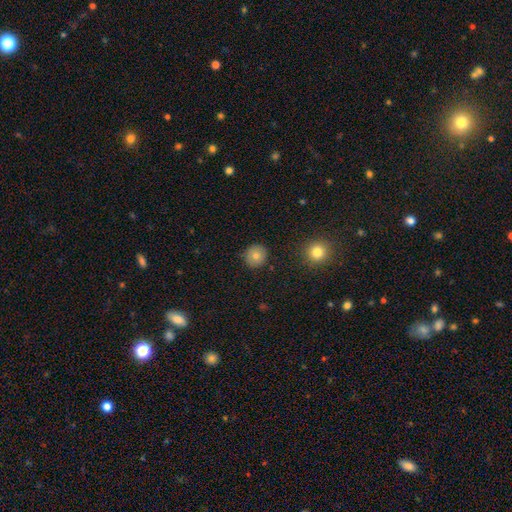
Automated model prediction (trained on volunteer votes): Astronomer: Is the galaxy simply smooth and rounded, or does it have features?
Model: smooth — 80%.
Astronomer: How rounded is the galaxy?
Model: round — 89%.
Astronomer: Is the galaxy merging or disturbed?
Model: none — 89%.